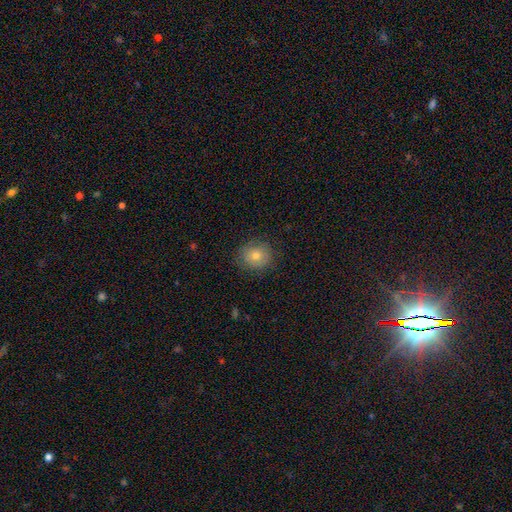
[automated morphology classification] The model was most divided on "smooth or featured": smooth: 73%, featured or disk: 14%, star or artifact: 13%. More confident: merging — none (85%); how rounded — round (83%).